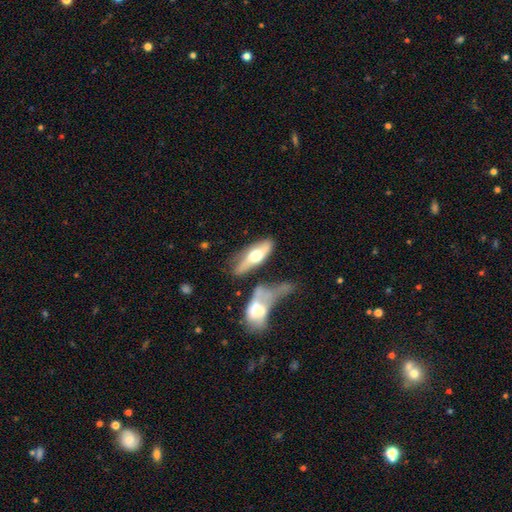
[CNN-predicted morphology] Smooth or featured? featured or disk (48%)
Merging? none (51%)